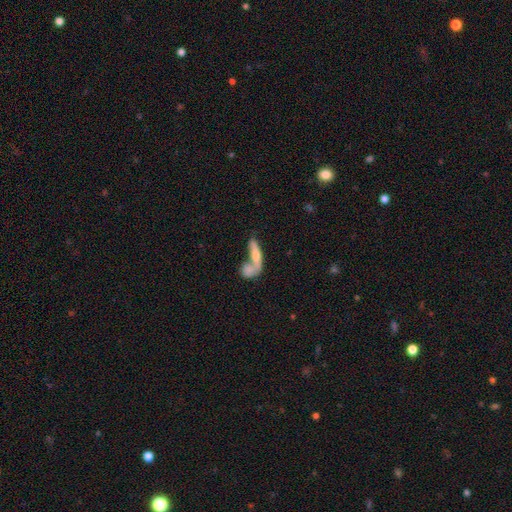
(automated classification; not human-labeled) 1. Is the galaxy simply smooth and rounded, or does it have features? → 62% smooth, 30% featured or disk, 8% star or artifact.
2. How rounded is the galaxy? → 57% cigar-shaped, 38% in between, 5% round.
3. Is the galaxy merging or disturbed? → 56% merger, 27% none, 9% minor disturbance, 8% major disturbance.